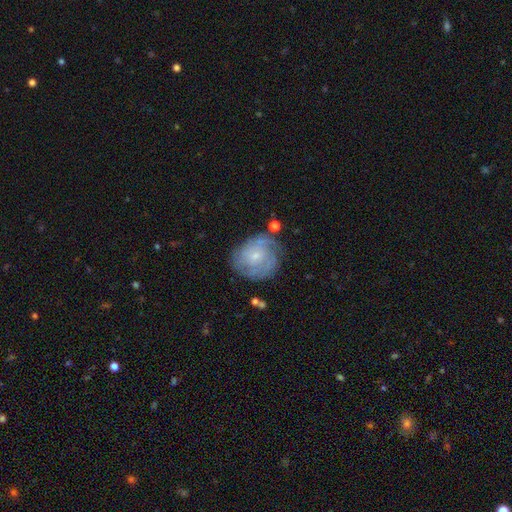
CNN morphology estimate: smooth-or-featured: featured or disk: 69% | smooth: 24% | star or artifact: 7%
  disk-edge-on: no: 98% | yes: 2%
    bar: no: 70% | weak: 26% | strong: 4%
    has-spiral-arms: yes: 87% | no: 13%
      spiral-winding: tight: 64% | medium: 28% | loose: 9%
      spiral-arm-count: can't tell: 44% | 3: 18% | 2: 17% | 4: 10% | 1: 6% | more than 4: 5%
    bulge-size: small: 75% | moderate: 19% | none: 4% | large: 1% | dominant: 1%
  merging: none: 67% | minor disturbance: 20% | major disturbance: 9% | merger: 4%